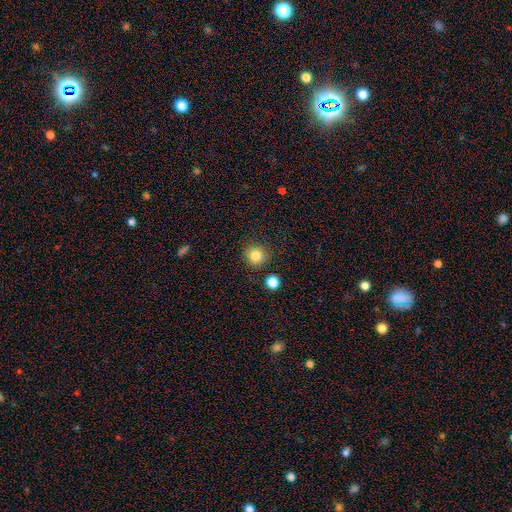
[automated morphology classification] Smooth or featured? Predicted: smooth (p=0.83). How rounded? Predicted: round (p=0.93). Merging? Predicted: none (p=0.86).